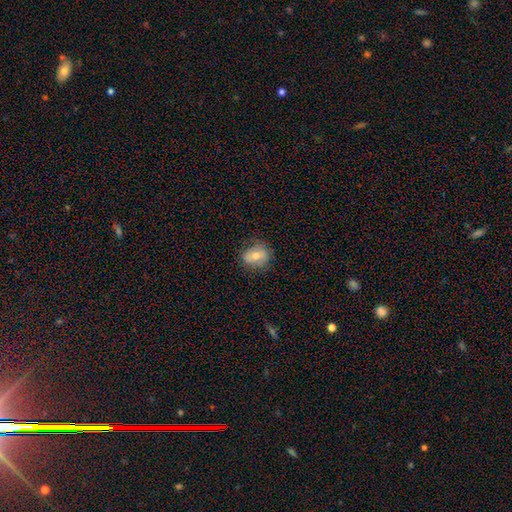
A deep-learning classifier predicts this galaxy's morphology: smooth-or-featured: smooth: 67% | featured or disk: 24% | star or artifact: 9%
  how-rounded: round: 53% | in between: 45% | cigar-shaped: 1%
  merging: none: 74% | minor disturbance: 20% | major disturbance: 5% | merger: 1%